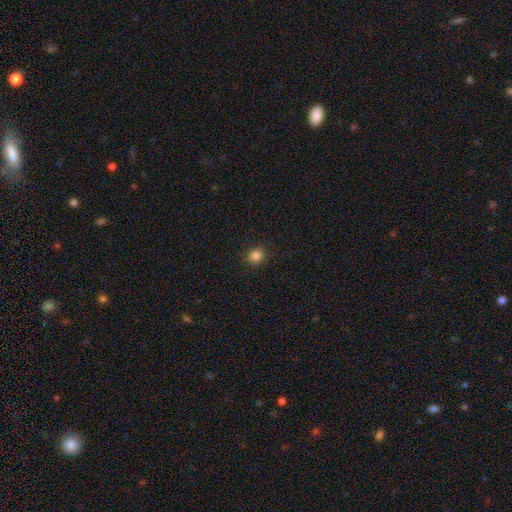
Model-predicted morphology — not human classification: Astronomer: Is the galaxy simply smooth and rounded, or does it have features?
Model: smooth — 84%.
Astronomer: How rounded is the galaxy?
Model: round — 77%.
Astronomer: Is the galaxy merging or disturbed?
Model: none — 89%.